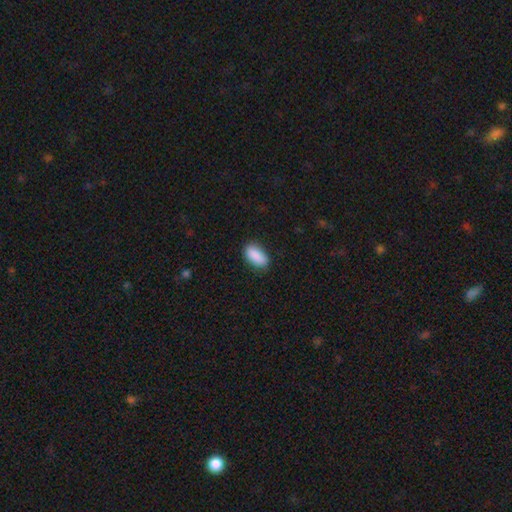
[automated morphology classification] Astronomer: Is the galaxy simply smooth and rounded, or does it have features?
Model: smooth — 90%.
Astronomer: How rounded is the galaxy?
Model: in between — 91%.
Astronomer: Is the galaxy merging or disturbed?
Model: none — 84%.